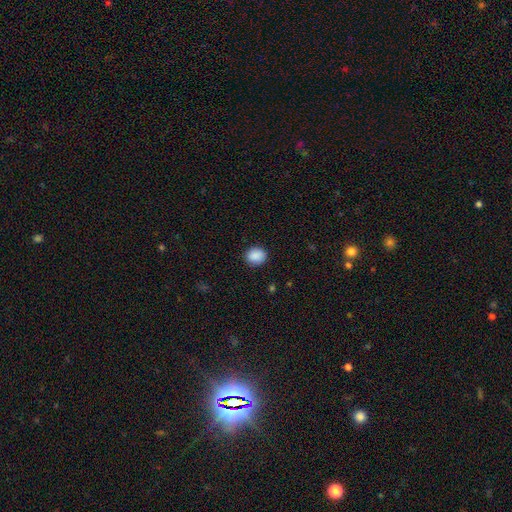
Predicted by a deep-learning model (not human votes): The model was most divided on "how rounded": round: 65%, in between: 34%, cigar-shaped: 1%. More confident: smooth or featured — smooth (89%); merging — none (88%).